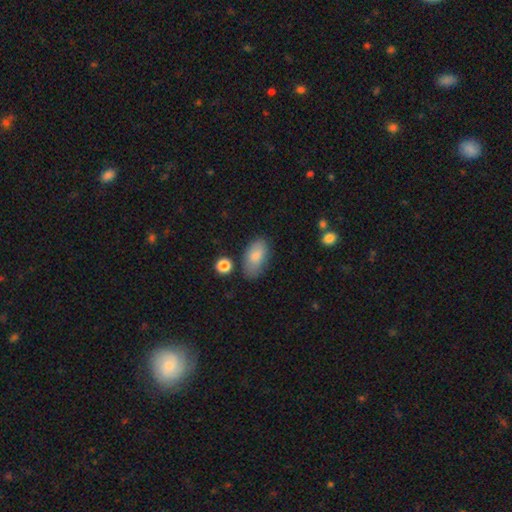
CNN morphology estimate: This appears to be a smooth galaxy with no disk features (83%) that is in between round and cigar-shaped (93%). Merging: none (69%).